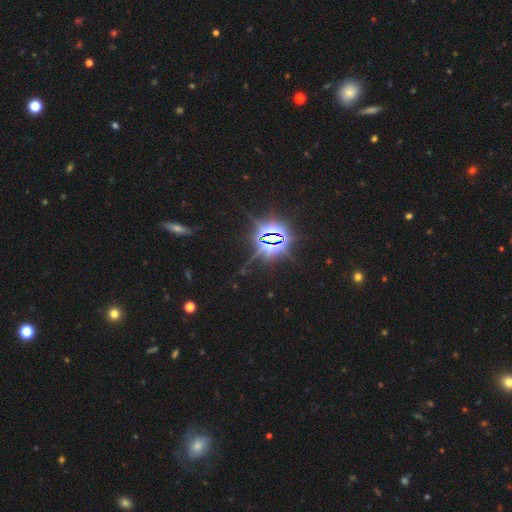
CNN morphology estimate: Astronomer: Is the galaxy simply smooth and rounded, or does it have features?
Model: star or artifact — 82%.